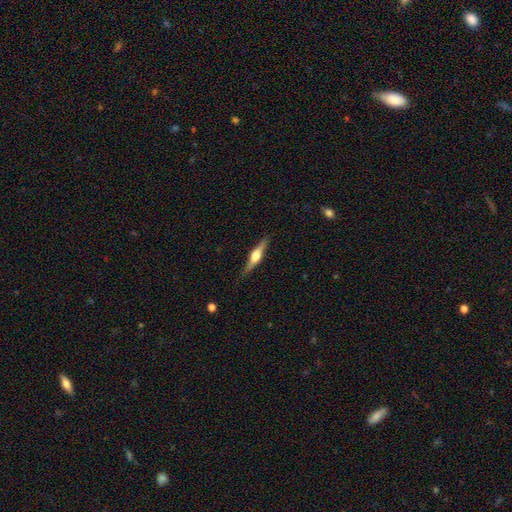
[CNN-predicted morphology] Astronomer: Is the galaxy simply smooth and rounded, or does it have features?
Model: featured or disk — 67%.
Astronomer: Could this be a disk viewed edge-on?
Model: yes — 97%.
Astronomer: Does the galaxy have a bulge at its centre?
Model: rounded — 91%.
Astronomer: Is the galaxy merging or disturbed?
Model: none — 85%.